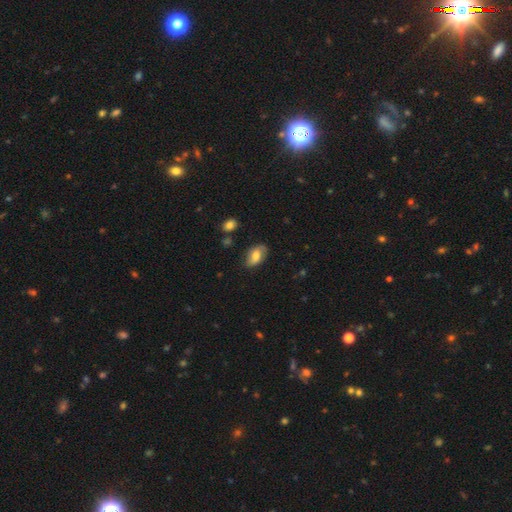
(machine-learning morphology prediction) Smooth or featured? smooth (59%)
How rounded? in between (89%)
Merging? none (72%)